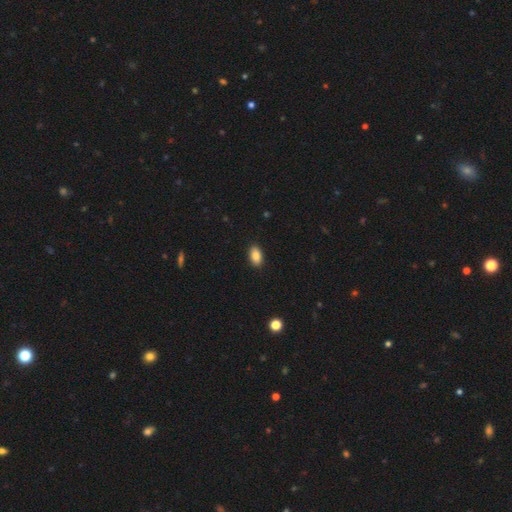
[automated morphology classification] Q: Smooth or featured?
A: smooth (86%); runner-up: star or artifact (8%)
Q: How rounded?
A: in between (91%); runner-up: round (7%)
Q: Merging?
A: none (90%); runner-up: minor disturbance (7%)